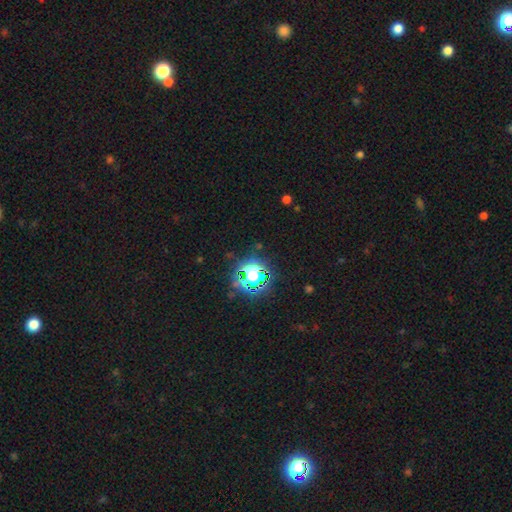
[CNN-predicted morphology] Q: Smooth or featured?
A: star or artifact (81%); runner-up: smooth (13%)